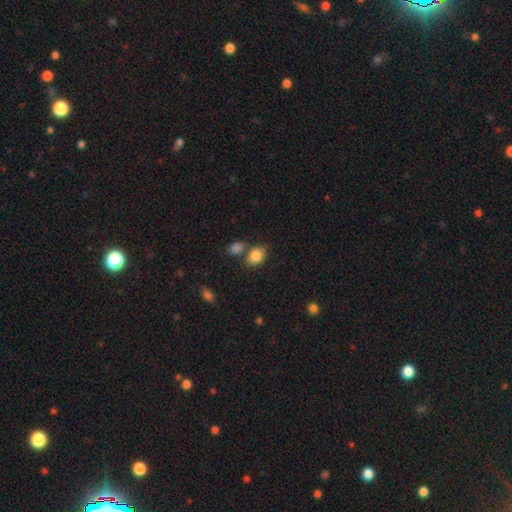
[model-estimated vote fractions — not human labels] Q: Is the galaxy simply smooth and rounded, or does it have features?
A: smooth — 85%.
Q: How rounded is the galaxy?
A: in between — 70%.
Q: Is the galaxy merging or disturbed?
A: none — 59%.